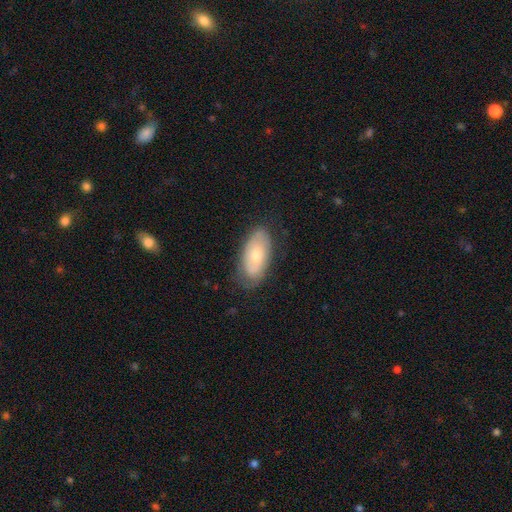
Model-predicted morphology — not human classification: Smooth or featured: smooth — 54% (featured or disk — 40%)
How rounded: in between — 92% (cigar-shaped — 4%)
Merging: none — 74% (minor disturbance — 20%)